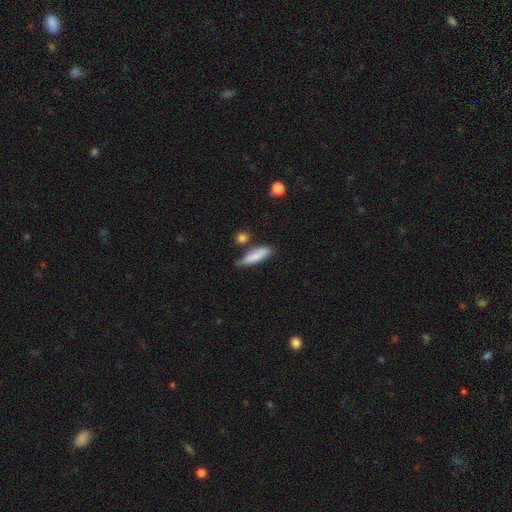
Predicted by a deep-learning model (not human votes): Smooth or featured: smooth — 82% (featured or disk — 12%)
How rounded: cigar-shaped — 65% (in between — 33%)
Merging: none — 66% (minor disturbance — 22%)